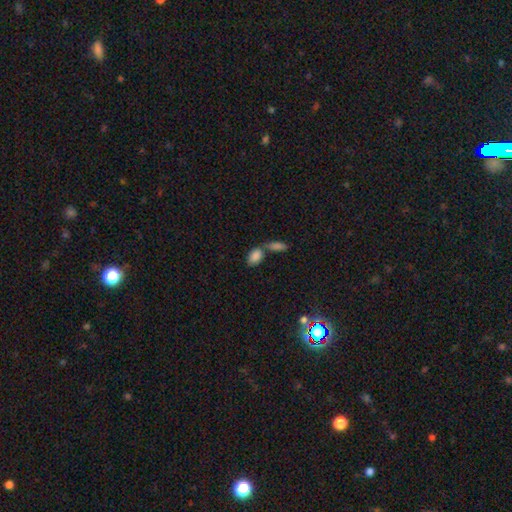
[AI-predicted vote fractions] Smooth or featured: smooth — 86% (star or artifact — 8%)
How rounded: in between — 90% (round — 6%)
Merging: merger — 50% (none — 37%)